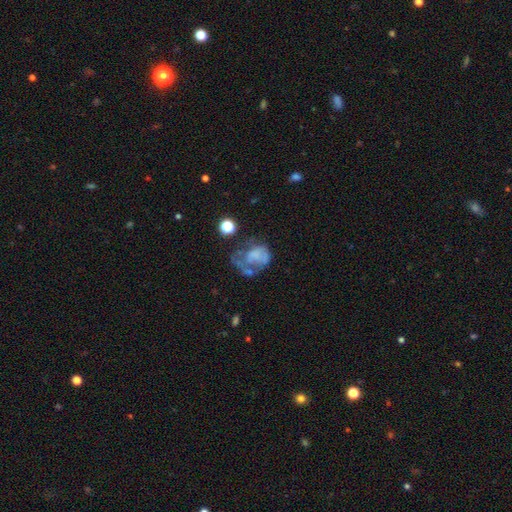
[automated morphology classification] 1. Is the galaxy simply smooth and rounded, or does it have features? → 49% featured or disk, 37% smooth, 14% star or artifact.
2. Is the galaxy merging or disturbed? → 43% major disturbance, 24% none, 20% minor disturbance, 12% merger.